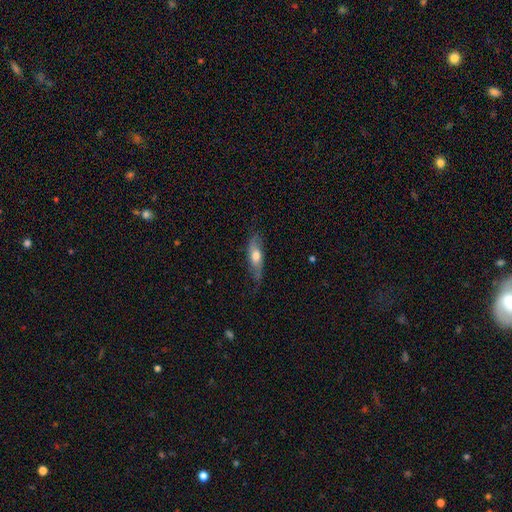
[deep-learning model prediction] This is possibly a smooth galaxy (50%). Merging: likely none (64%).